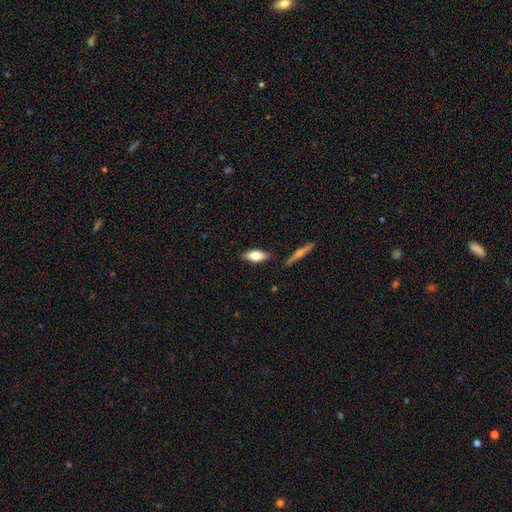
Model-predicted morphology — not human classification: A smooth galaxy with no disk features (70%) that is in between round and cigar-shaped (73%).

Vote fractions:
- Smooth or featured? smooth: 70% / featured or disk: 24% / star or artifact: 6%
- How rounded? in between: 73% / cigar-shaped: 24% / round: 2%
- Merging? none: 83% / minor disturbance: 11% / merger: 4% / major disturbance: 2%